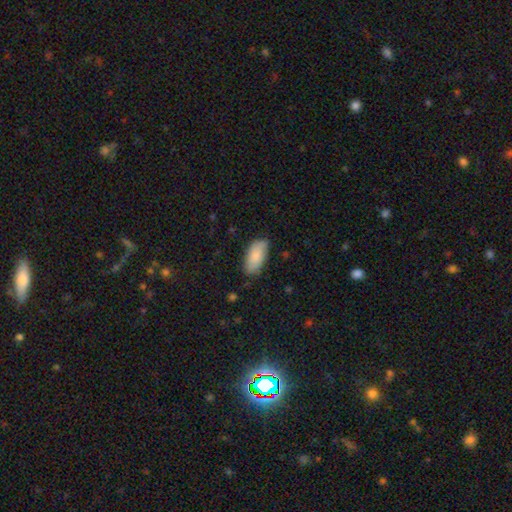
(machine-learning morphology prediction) Smooth or featured? Predicted: smooth (p=0.83). How rounded? Predicted: in between (p=0.92). Merging? Predicted: none (p=0.78).